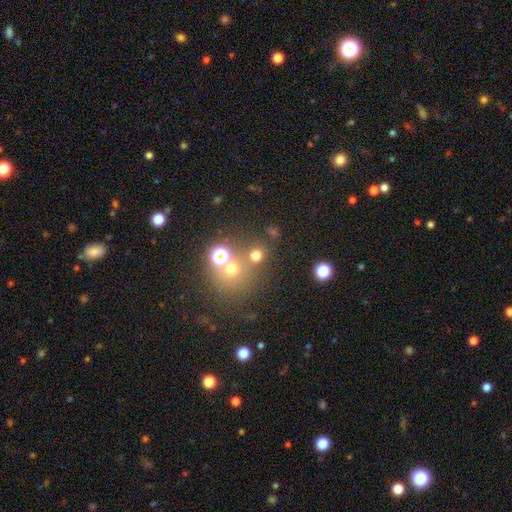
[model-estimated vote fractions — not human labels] smooth 64%, star or artifact 28%, featured or disk 8%. Down the decision tree: how rounded — round (86%); merging — none (69%).